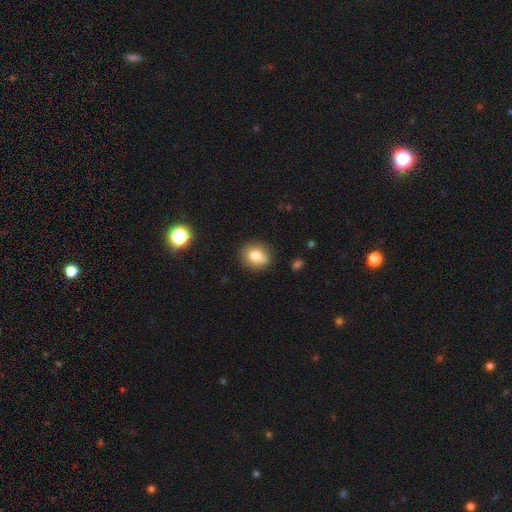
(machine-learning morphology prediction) smooth-or-featured: smooth: 77% | featured or disk: 13% | star or artifact: 10%
  how-rounded: round: 69% | in between: 29% | cigar-shaped: 1%
  merging: none: 75% | minor disturbance: 17% | merger: 4% | major disturbance: 4%